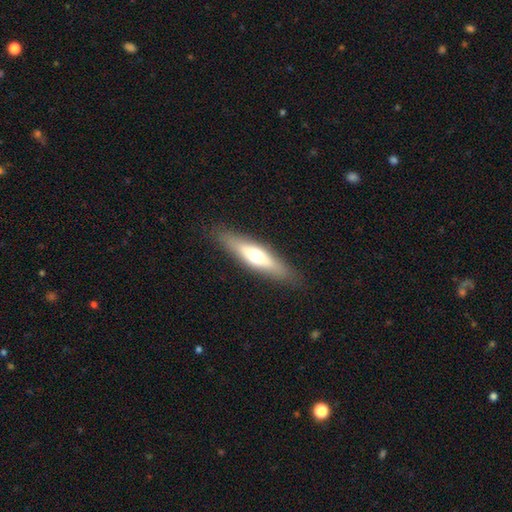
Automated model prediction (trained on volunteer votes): Q: Smooth or featured?
A: smooth (49%); runner-up: featured or disk (45%)
Q: Merging?
A: none (87%); runner-up: minor disturbance (10%)